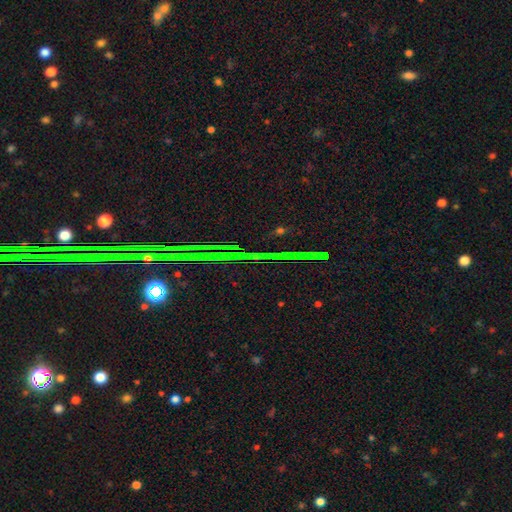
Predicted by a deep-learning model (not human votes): The model was most divided on "smooth or featured": star or artifact: 84%, featured or disk: 9%, smooth: 8%.